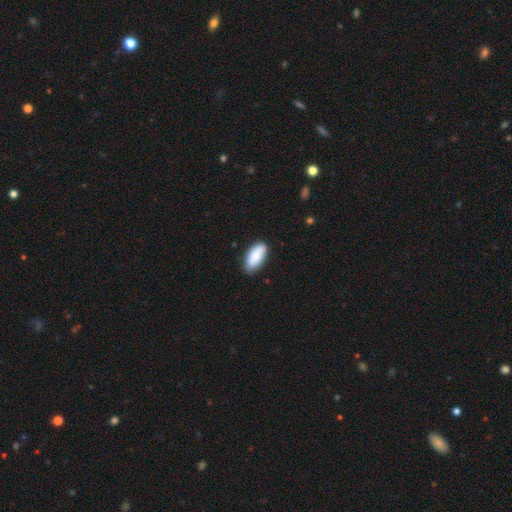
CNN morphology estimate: A smooth galaxy with no disk features (87%) that is in between round and cigar-shaped (90%). Merging: none (79%).